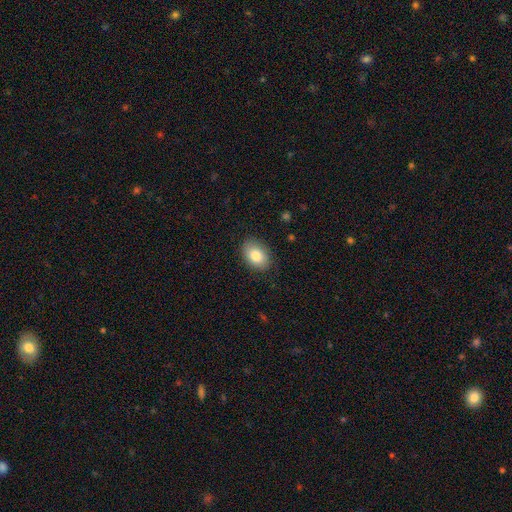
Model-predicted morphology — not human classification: A smooth galaxy with no disk features (83%) that is in between round and cigar-shaped (80%). Merging: none (86%).